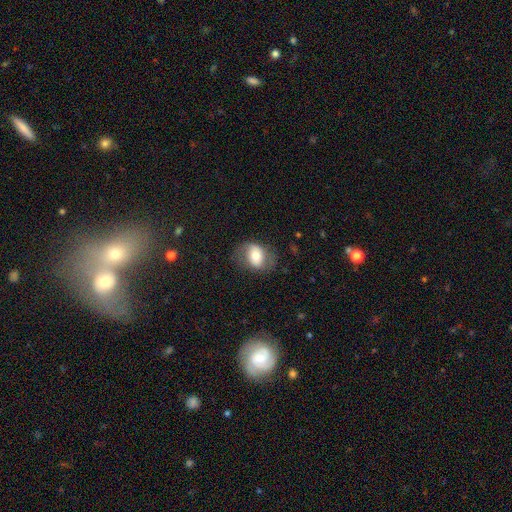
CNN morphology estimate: Smooth or featured? Predicted: smooth (p=0.63). How rounded? Predicted: in between (p=0.72). Merging? Predicted: none (p=0.67).